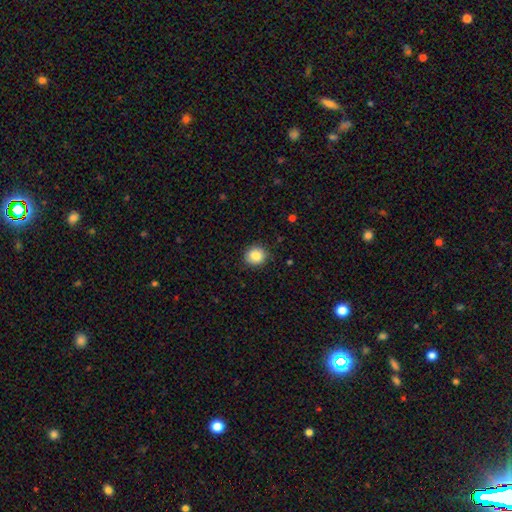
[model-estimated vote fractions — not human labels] This appears to be a smooth galaxy with no disk features (86%) that is round (85%). Merging: none (88%).